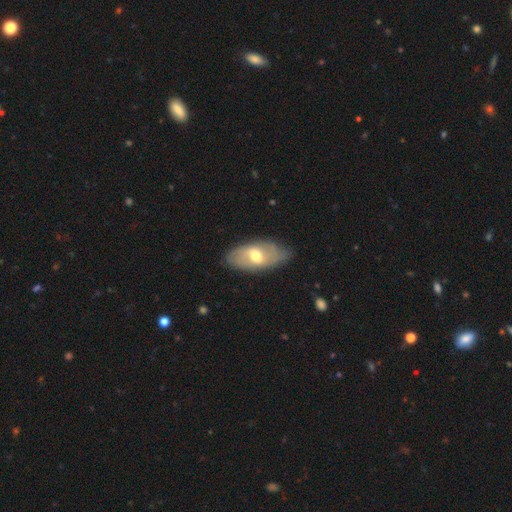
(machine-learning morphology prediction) featured or disk 51%, smooth 43%, star or artifact 6%. Down the decision tree: edge-on disk — no (87%); merging — none (78%).